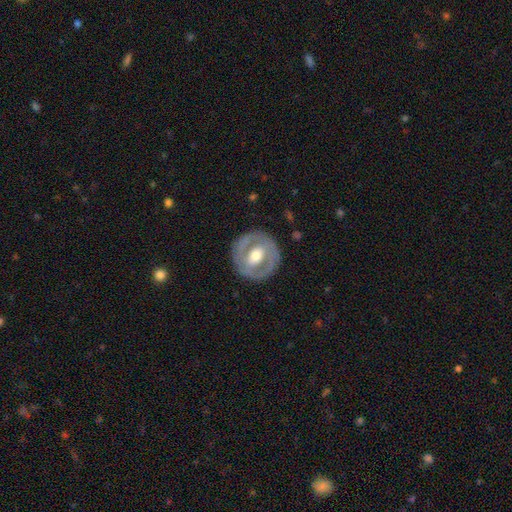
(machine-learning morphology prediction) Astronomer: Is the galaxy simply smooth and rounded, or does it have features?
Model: featured or disk — 68%.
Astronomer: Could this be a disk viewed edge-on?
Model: no — 95%.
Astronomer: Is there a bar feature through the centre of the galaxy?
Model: weak — 38% (runner-up: no, 37%).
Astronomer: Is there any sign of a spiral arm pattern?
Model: no — 62% (runner-up: yes, 38%).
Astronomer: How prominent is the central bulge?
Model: moderate — 73%.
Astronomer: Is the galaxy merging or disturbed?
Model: none — 84%.